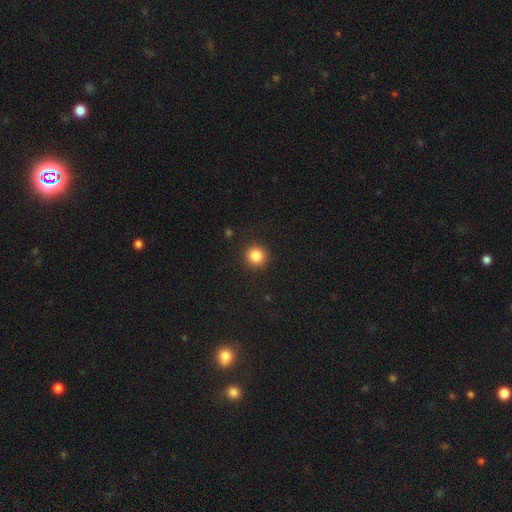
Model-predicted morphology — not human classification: Q: Smooth or featured?
A: smooth (85%); runner-up: star or artifact (11%)
Q: How rounded?
A: round (94%); runner-up: in between (5%)
Q: Merging?
A: none (92%); runner-up: minor disturbance (5%)